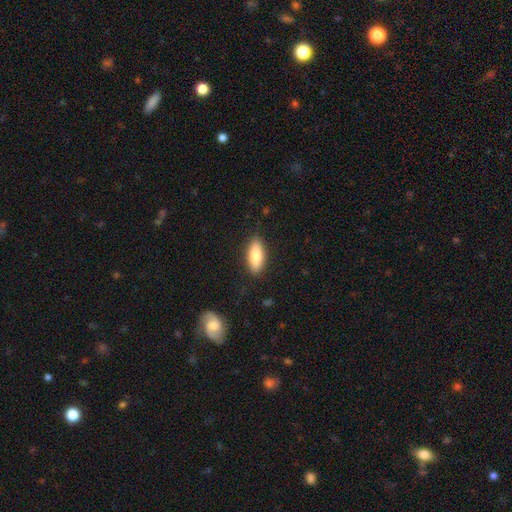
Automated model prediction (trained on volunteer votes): Smooth or featured? smooth (83%)
How rounded? in between (72%)
Merging? none (86%)